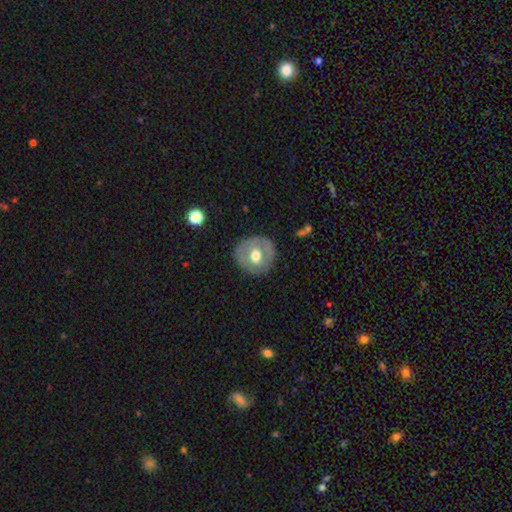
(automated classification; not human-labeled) Smooth or featured: smooth — 51% (featured or disk — 42%)
How rounded: round — 87% (in between — 12%)
Merging: none — 82% (minor disturbance — 12%)